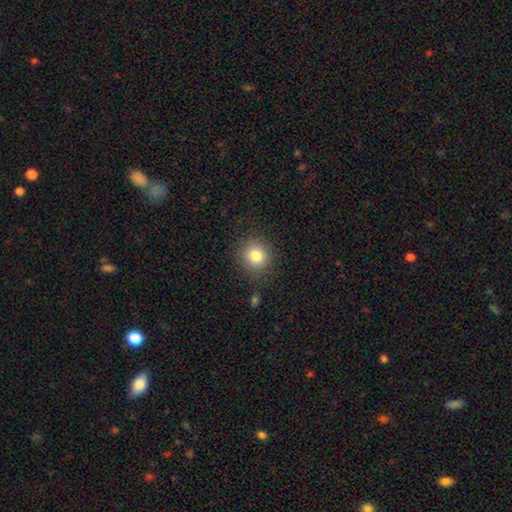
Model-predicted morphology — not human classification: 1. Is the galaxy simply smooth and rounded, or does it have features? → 80% smooth, 12% star or artifact, 8% featured or disk.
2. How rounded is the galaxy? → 87% round, 12% in between, 1% cigar-shaped.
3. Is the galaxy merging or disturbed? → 87% none, 9% minor disturbance, 3% major disturbance, 2% merger.